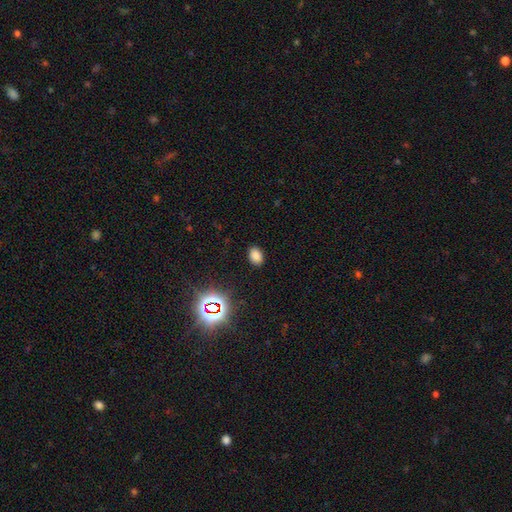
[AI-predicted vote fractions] A smooth galaxy with no disk features (77%) that is in between round and cigar-shaped (80%). Merging: none (87%).